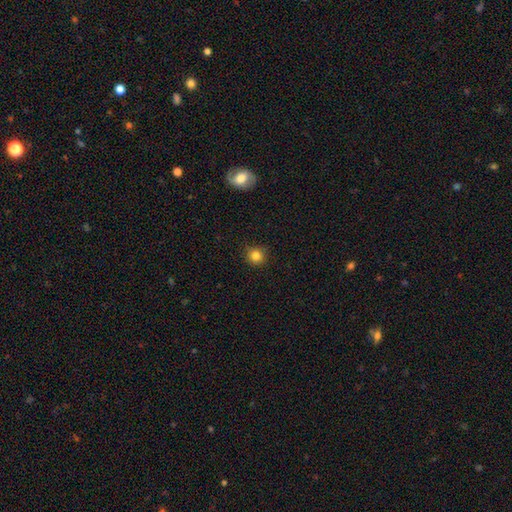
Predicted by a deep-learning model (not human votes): A smooth galaxy with no disk features (83%) that is round (93%). Merging: none (88%).